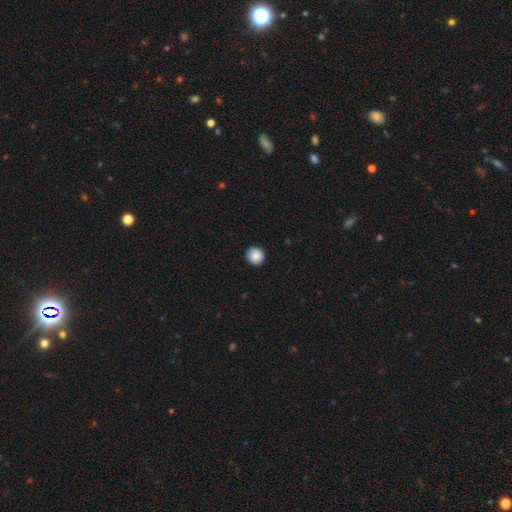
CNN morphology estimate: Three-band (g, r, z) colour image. It shows a smooth galaxy with no disk features (87%) that is round (93%). Merging: none (89%).